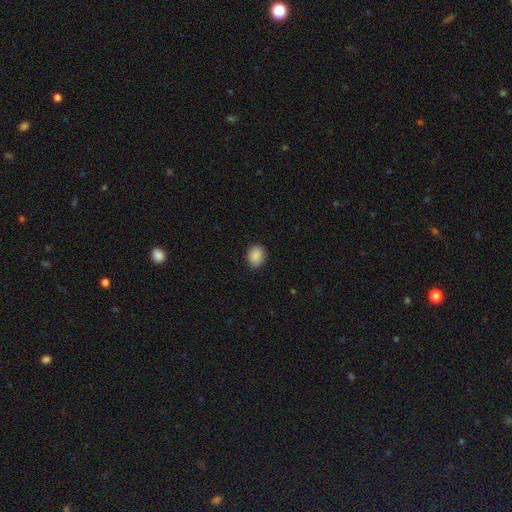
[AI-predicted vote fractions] Morphology: type=smooth (89%); roundness=round (54%); merging=none (86%).